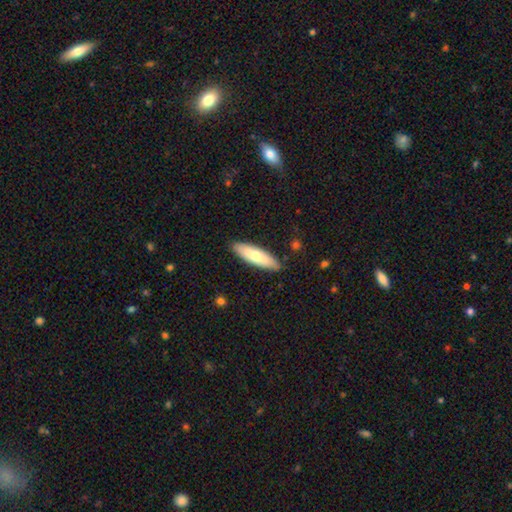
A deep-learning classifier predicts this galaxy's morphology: This appears to be a smooth galaxy with no disk features (67%) that is cigar-shaped (57%). Merging: none (89%).